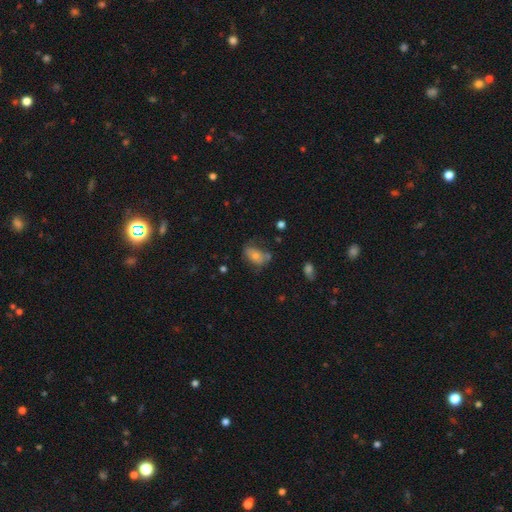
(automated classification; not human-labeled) Overall: smooth (68%). How rounded: in between (87%). Merging: none (48%; minor disturbance 28%).